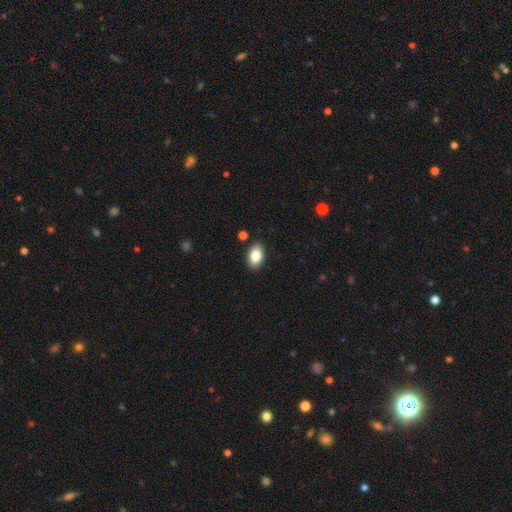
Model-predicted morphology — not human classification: Overall: smooth (84%). How rounded: in between (91%). Merging: none (88%).